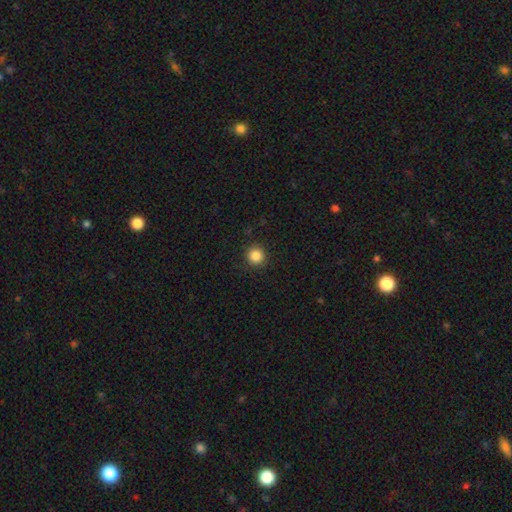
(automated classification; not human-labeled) Smooth or featured? smooth (86%)
How rounded? round (95%)
Merging? none (92%)